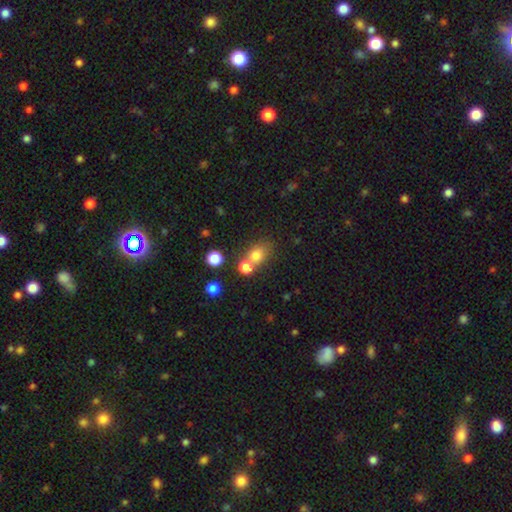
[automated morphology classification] type=smooth (75%); roundness=round (60%); merging=none (50%).